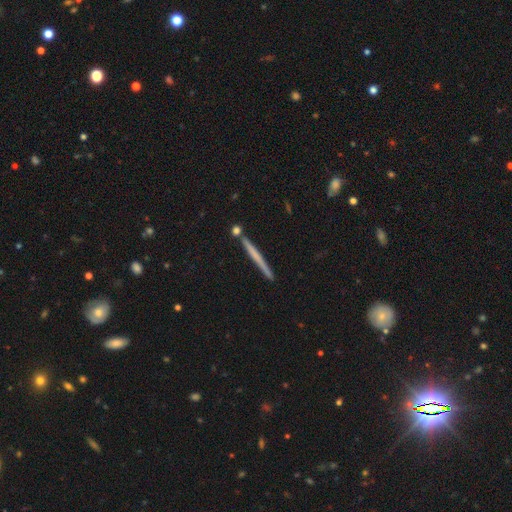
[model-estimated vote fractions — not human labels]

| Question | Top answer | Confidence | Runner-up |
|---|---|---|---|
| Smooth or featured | smooth | 48% | featured or disk (46%) |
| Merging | none | 86% | minor disturbance (8%) |